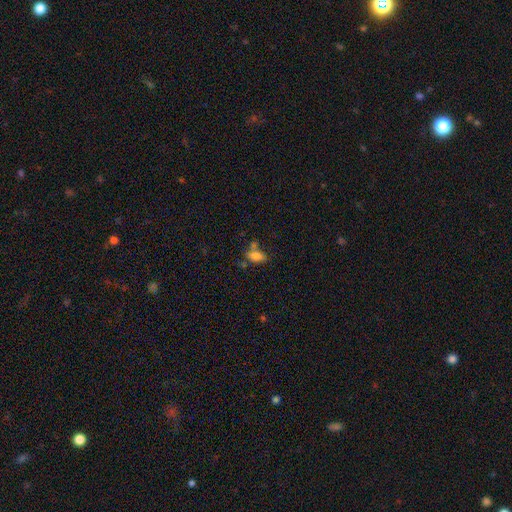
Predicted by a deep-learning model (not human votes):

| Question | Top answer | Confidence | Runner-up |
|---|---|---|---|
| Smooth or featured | smooth | 77% | star or artifact (12%) |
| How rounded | in between | 88% | round (7%) |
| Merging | none | 46% | merger (25%) |